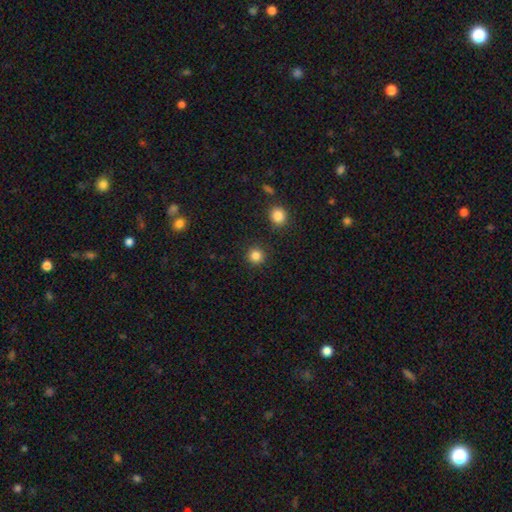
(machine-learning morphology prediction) Smooth or featured: smooth — 84% (star or artifact — 12%)
How rounded: round — 94% (in between — 5%)
Merging: none — 91% (minor disturbance — 5%)